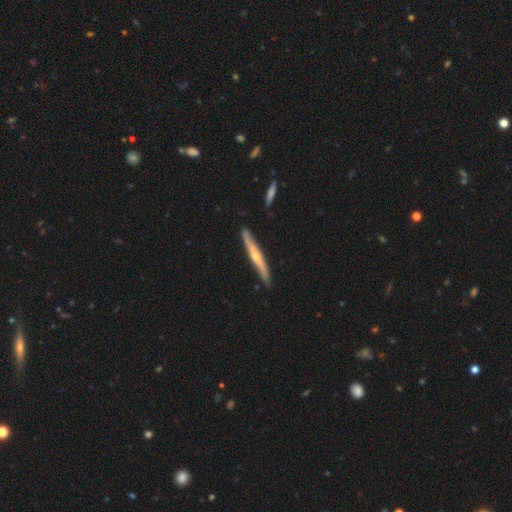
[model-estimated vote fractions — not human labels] Smooth or featured? featured or disk (63%)
Edge-on disk? yes (94%)
Edge-on bulge? rounded (75%)
Merging? none (84%)